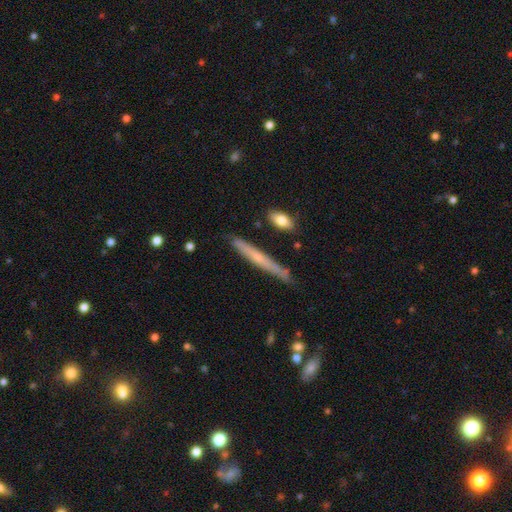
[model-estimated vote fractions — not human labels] This appears to be a featured or disk galaxy (53%) viewed edge-on (95%). Merging: none (84%).